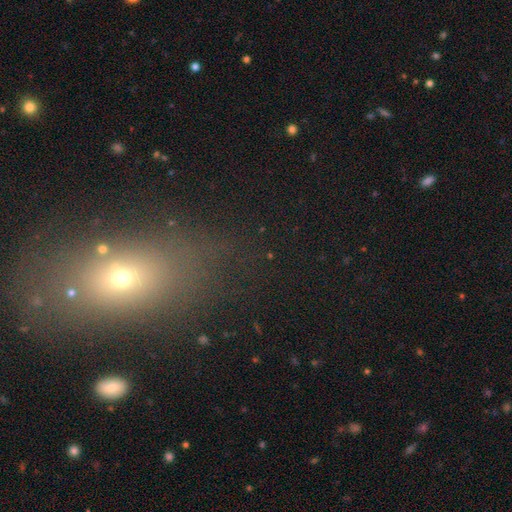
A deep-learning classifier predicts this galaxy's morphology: Smooth or featured: smooth — 48% (star or artifact — 37%)
Merging: none — 78% (minor disturbance — 11%)